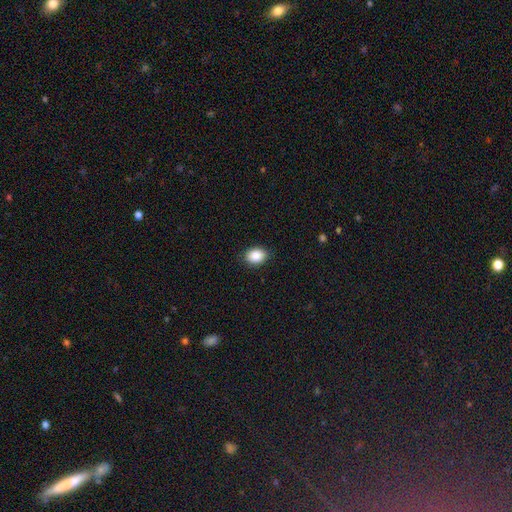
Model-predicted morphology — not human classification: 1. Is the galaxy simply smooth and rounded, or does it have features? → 87% smooth, 8% star or artifact, 4% featured or disk.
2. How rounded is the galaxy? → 71% in between, 28% round, 1% cigar-shaped.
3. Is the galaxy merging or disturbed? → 88% none, 9% minor disturbance, 2% major disturbance, 1% merger.